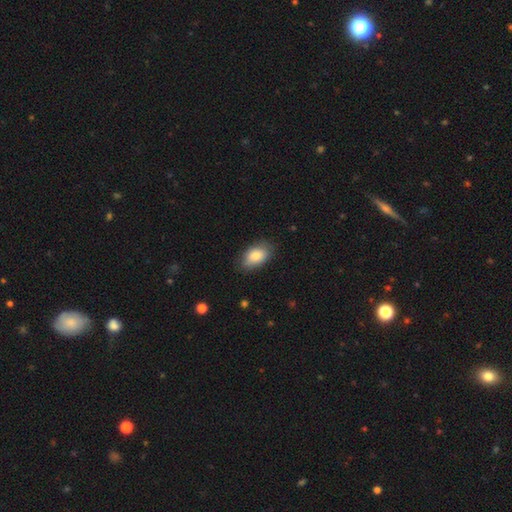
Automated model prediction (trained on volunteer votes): Smooth or featured? smooth (82%)
How rounded? in between (90%)
Merging? none (76%)